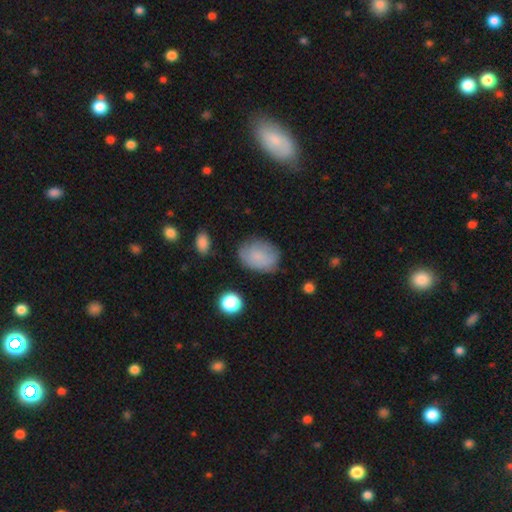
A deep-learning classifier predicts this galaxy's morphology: The model was most divided on "how rounded": in between: 70%, round: 29%, cigar-shaped: 1%. More confident: smooth or featured — smooth (76%); merging — none (69%).